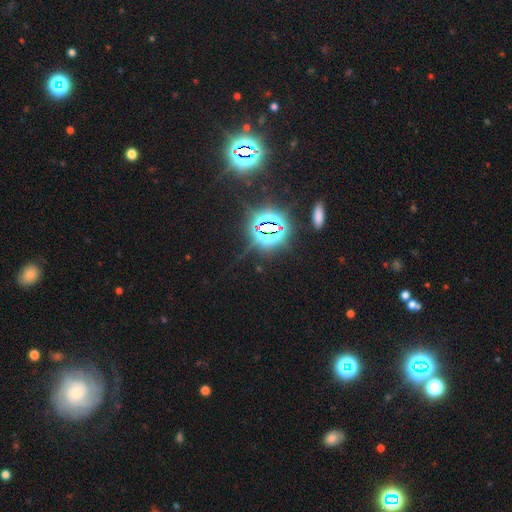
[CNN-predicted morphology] star or artifact 79%, smooth 13%, featured or disk 8%.